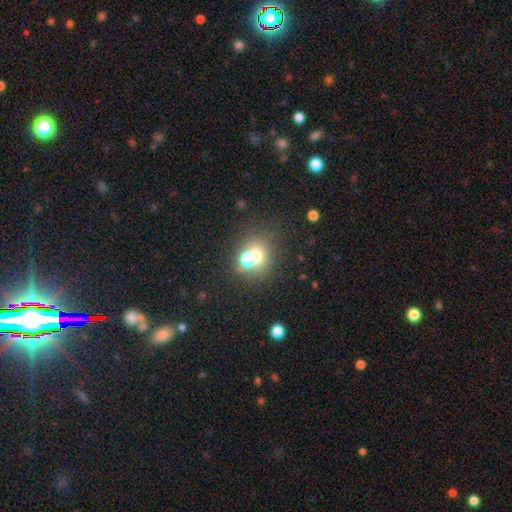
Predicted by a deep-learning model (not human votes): Smooth or featured? Predicted: smooth (p=0.63). How rounded? Predicted: round (p=0.72). Merging? Predicted: merger (p=0.45).